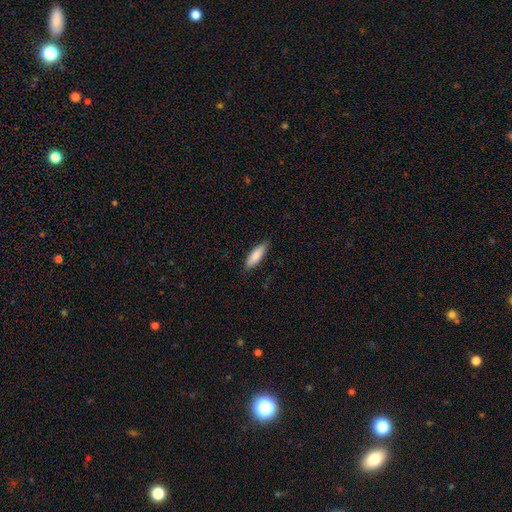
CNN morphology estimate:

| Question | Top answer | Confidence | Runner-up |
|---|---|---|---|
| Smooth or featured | smooth | 85% | featured or disk (10%) |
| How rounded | cigar-shaped | 50% | in between (49%) |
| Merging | none | 85% | minor disturbance (12%) |